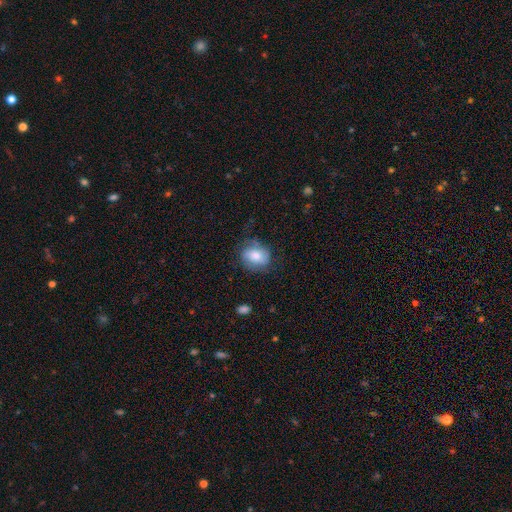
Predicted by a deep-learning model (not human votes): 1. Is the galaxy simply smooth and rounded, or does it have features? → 68% smooth, 24% featured or disk, 8% star or artifact.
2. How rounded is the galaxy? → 51% round, 48% in between, 1% cigar-shaped.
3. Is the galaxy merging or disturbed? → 64% none, 24% minor disturbance, 10% major disturbance, 2% merger.